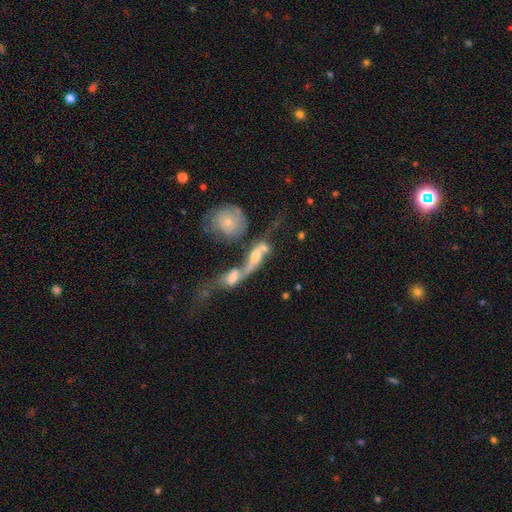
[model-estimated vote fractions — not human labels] Morphology: type=featured or disk (61%); edge-on=no (79%); merging=merger (65%).